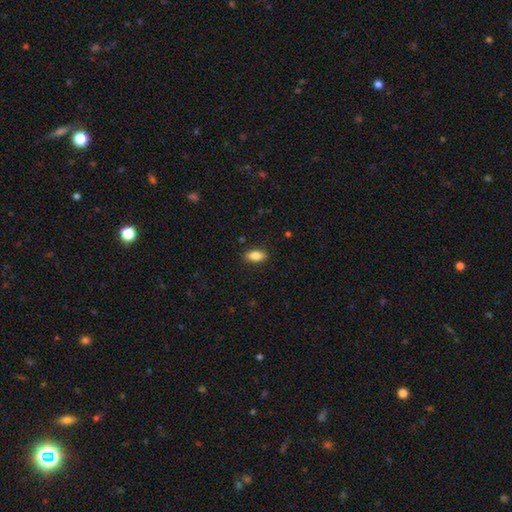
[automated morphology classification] smooth 82%, featured or disk 11%, star or artifact 7%. Down the decision tree: how rounded — in between (87%); merging — none (88%).